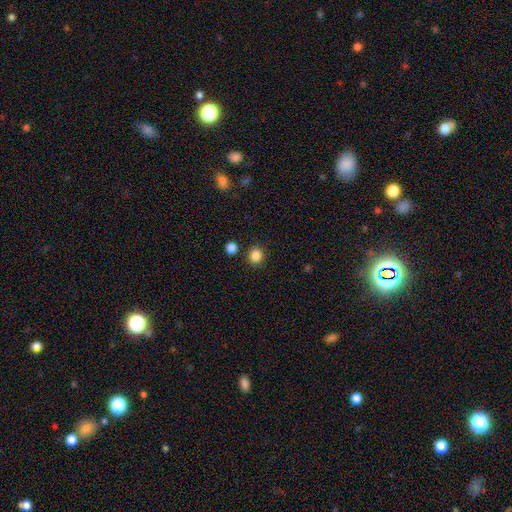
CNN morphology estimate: A smooth galaxy with no disk features (86%) that is round (83%). Merging: none (87%).